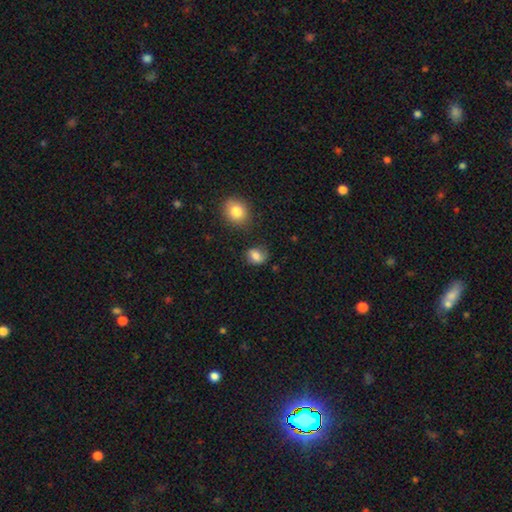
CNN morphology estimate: Smooth or featured? smooth (80%)
How rounded? round (51%)
Merging? none (69%)